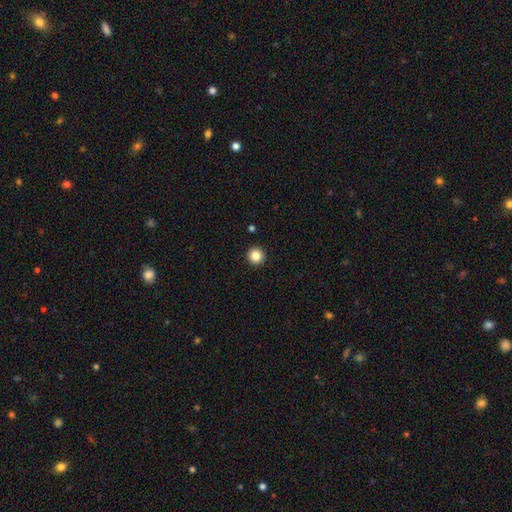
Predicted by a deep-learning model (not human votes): smooth 85%, star or artifact 10%, featured or disk 4%. Down the decision tree: how rounded — round (96%); merging — none (93%).